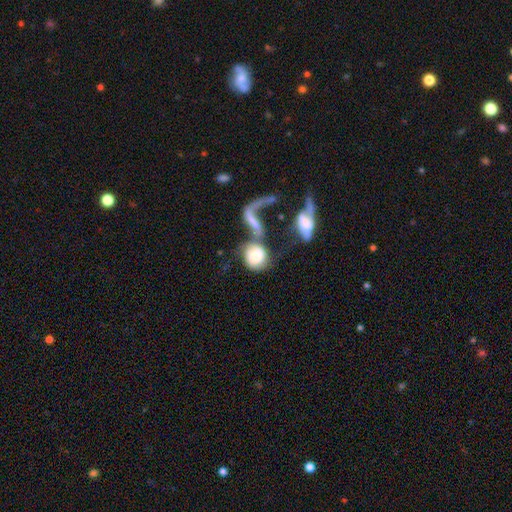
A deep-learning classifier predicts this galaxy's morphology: smooth 52%, featured or disk 39%, star or artifact 9%. Down the decision tree: how rounded — round (66%); merging — merger (56%).